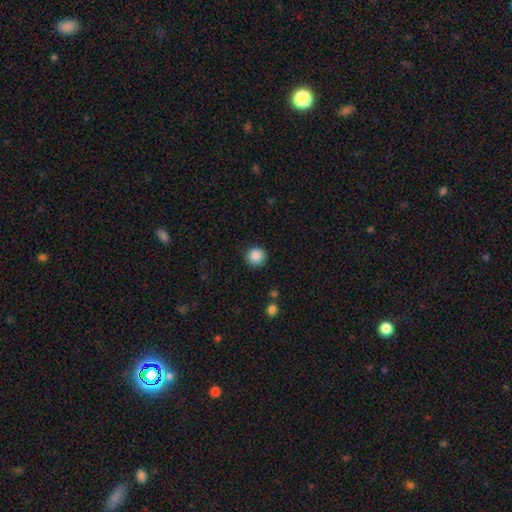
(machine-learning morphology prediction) type=smooth (88%); roundness=round (94%); merging=none (89%).